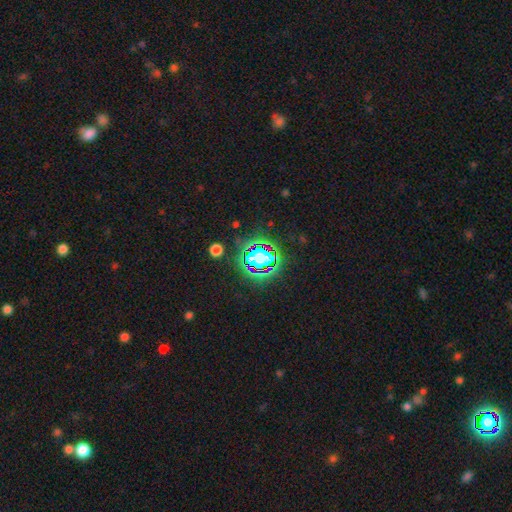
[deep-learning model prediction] Overall: star or artifact (80%).